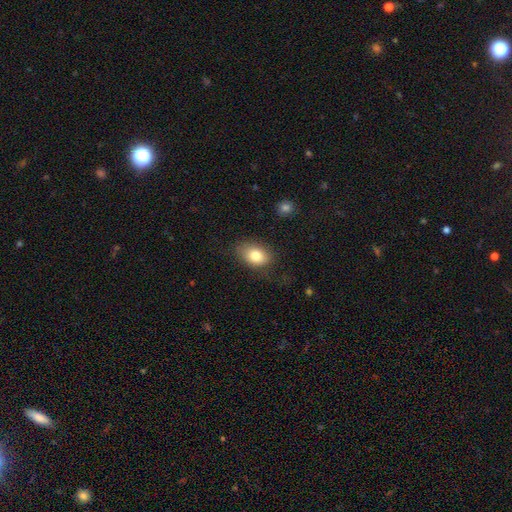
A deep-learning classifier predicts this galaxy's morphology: A smooth galaxy with no disk features (80%) that is in between round and cigar-shaped (78%). Merging: none (72%).